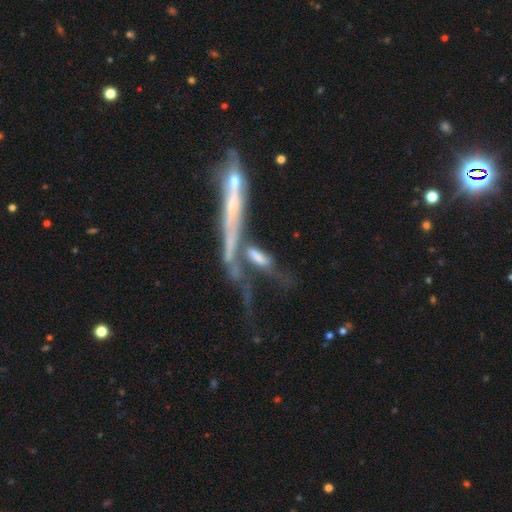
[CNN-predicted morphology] Smooth or featured? featured or disk (49%)
Merging? merger (49%)